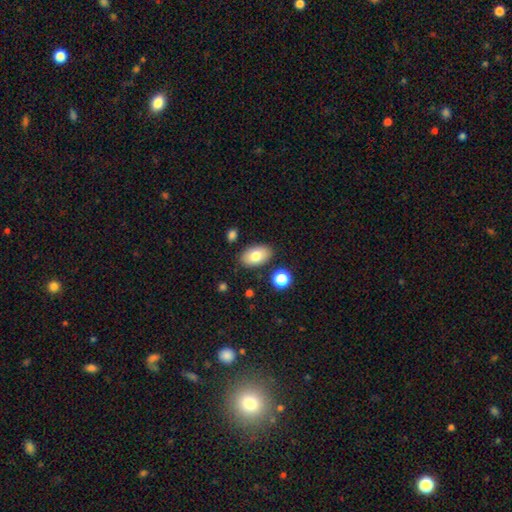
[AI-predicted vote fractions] smooth 79%, featured or disk 13%, star or artifact 8%. Down the decision tree: how rounded — in between (93%); merging — none (84%).